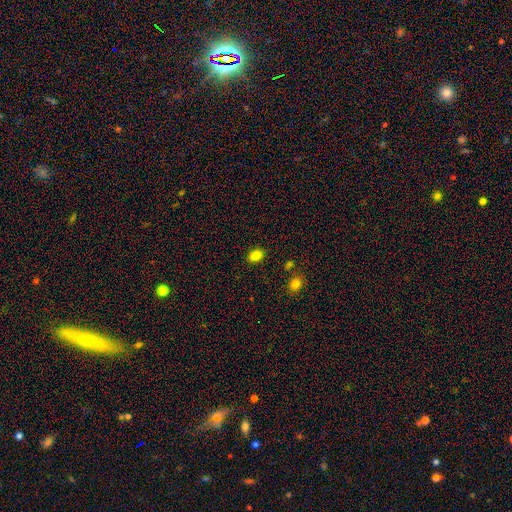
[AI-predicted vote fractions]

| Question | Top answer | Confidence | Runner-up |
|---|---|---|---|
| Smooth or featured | smooth | 85% | star or artifact (10%) |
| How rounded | in between | 76% | round (23%) |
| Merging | none | 87% | minor disturbance (9%) |